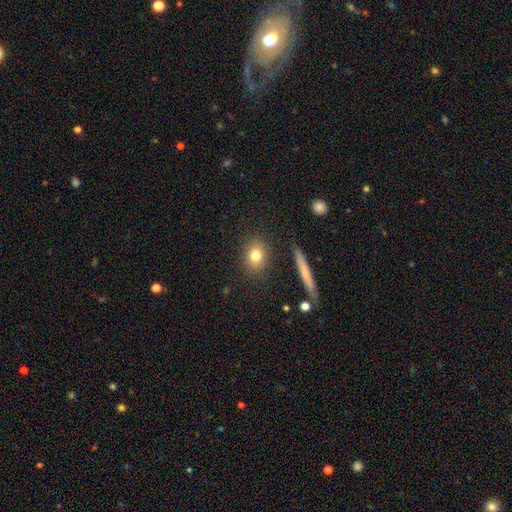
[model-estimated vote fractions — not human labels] Smooth or featured? Predicted: smooth (p=0.78). How rounded? Predicted: round (p=0.48). Merging? Predicted: none (p=0.86).